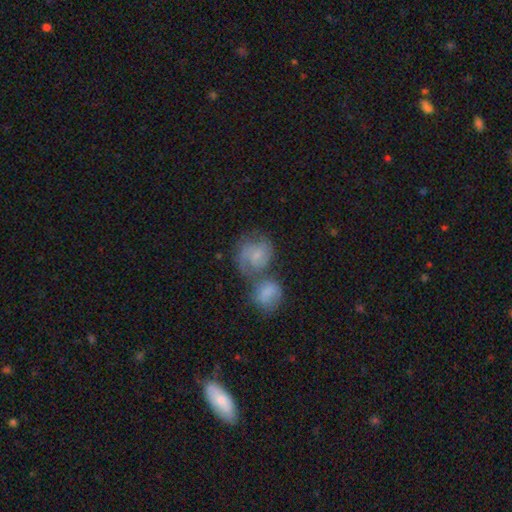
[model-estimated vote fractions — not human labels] Smooth or featured? featured or disk (60%)
Edge-on disk? no (98%)
Bar? no (55%)
Spiral arms? yes (87%)
Spiral winding? medium (45%)
Spiral arm count? 2 (61%)
Bulge size? small (52%)
Merging? merger (52%)